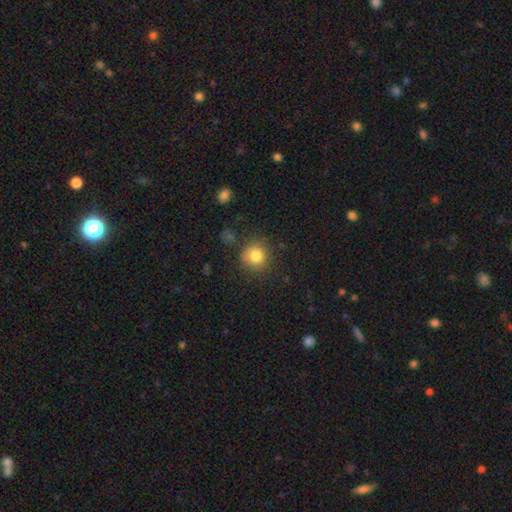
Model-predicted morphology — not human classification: A smooth galaxy with no disk features (82%) that is round (89%). Merging: none (81%).